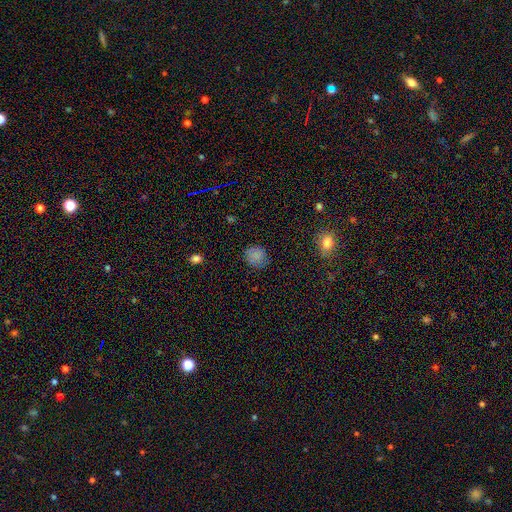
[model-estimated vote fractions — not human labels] Overall: smooth (81%). How rounded: round (80%). Merging: none (84%).